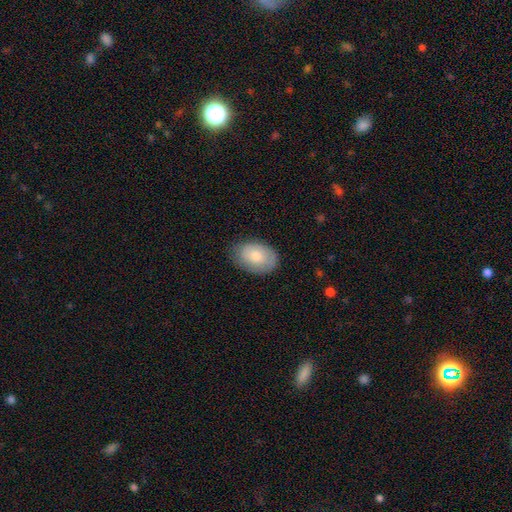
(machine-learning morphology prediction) smooth-or-featured: smooth: 78% | featured or disk: 16% | star or artifact: 6%
  how-rounded: in between: 90% | round: 9% | cigar-shaped: 1%
  merging: none: 79% | minor disturbance: 16% | major disturbance: 3% | merger: 1%